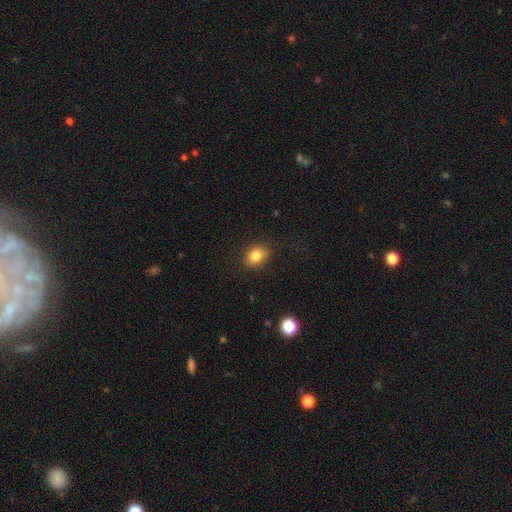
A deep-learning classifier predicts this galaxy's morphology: type=smooth (82%); roundness=in between (55%); merging=none (81%).